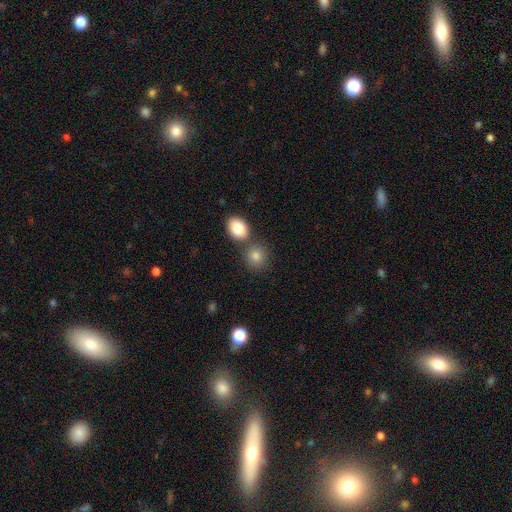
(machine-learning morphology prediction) A smooth galaxy with no disk features (82%) that is round (77%).

Vote fractions:
- Smooth or featured? smooth: 82% / star or artifact: 10% / featured or disk: 7%
- How rounded? round: 77% / in between: 22% / cigar-shaped: 1%
- Merging? none: 63% / merger: 26% / minor disturbance: 9% / major disturbance: 3%